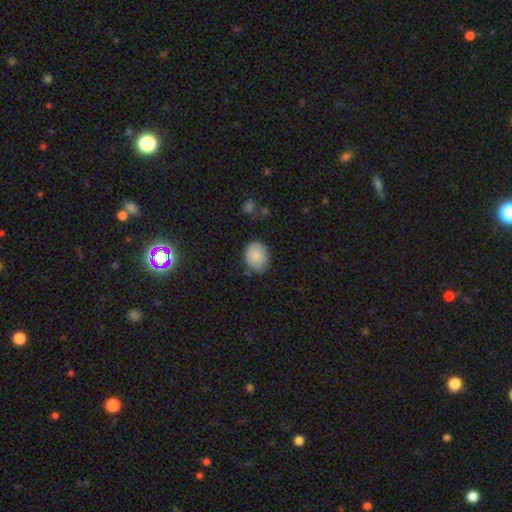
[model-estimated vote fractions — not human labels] The model was most divided on "how rounded": round: 55%, in between: 44%, cigar-shaped: 1%. More confident: smooth or featured — smooth (85%); merging — none (73%).